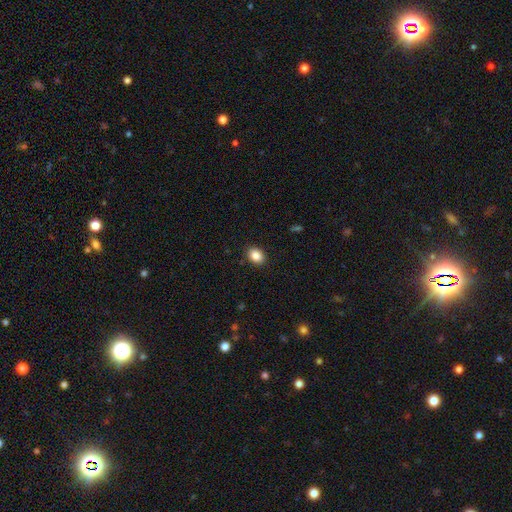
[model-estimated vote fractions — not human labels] A smooth galaxy with no disk features (87%) that is in between round and cigar-shaped (65%).

Vote fractions:
- Smooth or featured? smooth: 87% / star or artifact: 9% / featured or disk: 4%
- How rounded? in between: 65% / round: 34% / cigar-shaped: 1%
- Merging? none: 90% / minor disturbance: 7% / major disturbance: 2% / merger: 1%